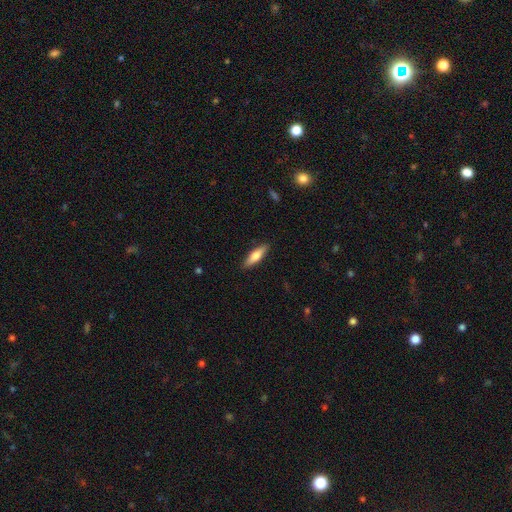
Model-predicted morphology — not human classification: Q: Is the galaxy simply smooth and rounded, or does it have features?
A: smooth — 69%.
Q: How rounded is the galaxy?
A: cigar-shaped — 60%.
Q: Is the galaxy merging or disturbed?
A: none — 88%.